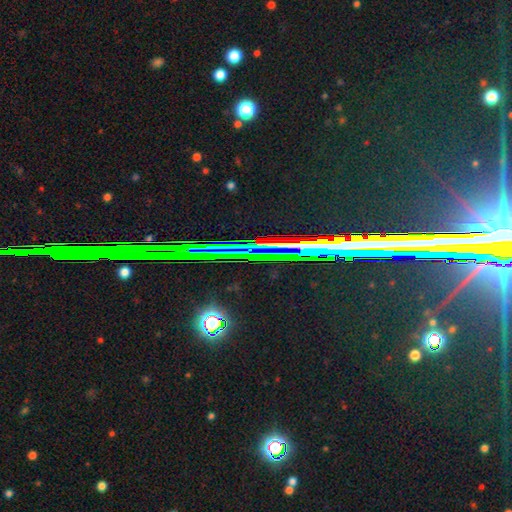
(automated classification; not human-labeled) Smooth or featured? star or artifact (82%)